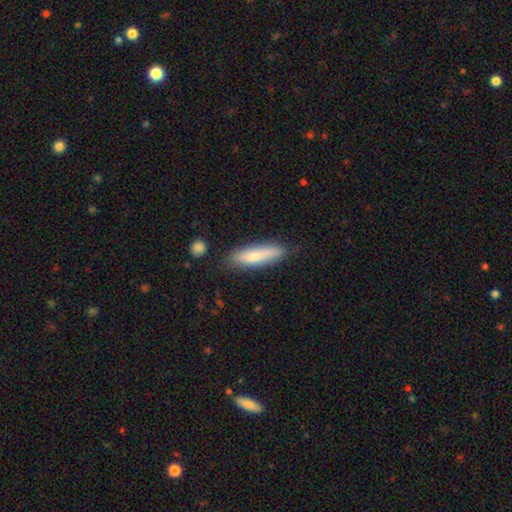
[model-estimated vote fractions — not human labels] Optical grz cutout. It shows a smooth galaxy with no disk features (75%) that is cigar-shaped (68%). Merging: none (77%).